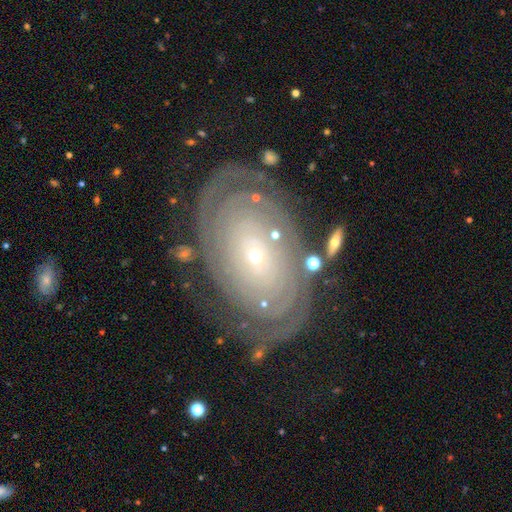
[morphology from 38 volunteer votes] smooth-or-featured: featured or disk: 92% | star or artifact: 5% | smooth: 3%
  disk-edge-on: no: 100% | yes: 0%
    bar: no: 83% | weak: 11% | strong: 6%
    has-spiral-arms: yes: 100% | no: 0%
      spiral-winding: tight: 97% | loose: 3% | medium: 0%
      spiral-arm-count: 2: 77% | can't tell: 20% | more than 4: 3% | 1: 0% | 3: 0% | 4: 0%
    bulge-size: small: 83% | moderate: 17% | dominant: 0% | large: 0% | none: 0%
  merging: none: 86% | minor disturbance: 11% | merger: 3% | major disturbance: 0%